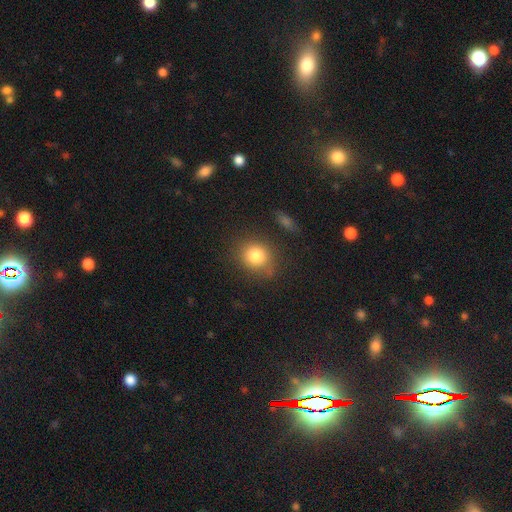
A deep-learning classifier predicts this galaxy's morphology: Q: Smooth or featured?
A: smooth (81%); runner-up: star or artifact (10%)
Q: How rounded?
A: round (74%); runner-up: in between (25%)
Q: Merging?
A: none (75%); runner-up: minor disturbance (16%)